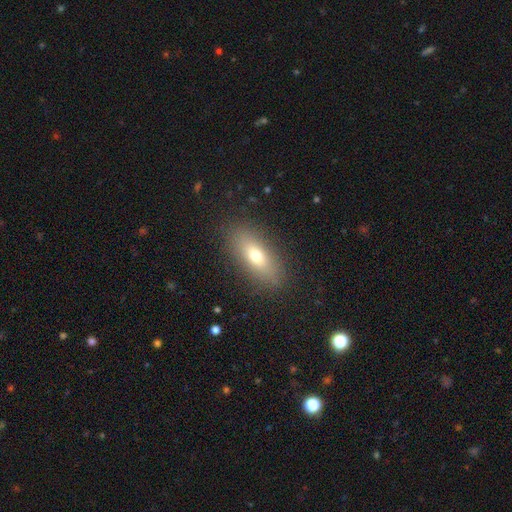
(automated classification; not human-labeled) smooth-or-featured: smooth: 69% | featured or disk: 22% | star or artifact: 10%
  how-rounded: in between: 70% | cigar-shaped: 25% | round: 5%
  merging: none: 87% | minor disturbance: 9% | major disturbance: 3% | merger: 1%